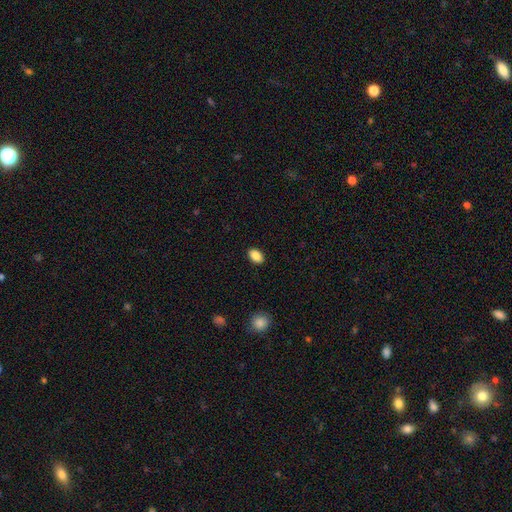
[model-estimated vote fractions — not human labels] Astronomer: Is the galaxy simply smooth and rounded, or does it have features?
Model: smooth — 88%.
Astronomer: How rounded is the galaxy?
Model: in between — 86%.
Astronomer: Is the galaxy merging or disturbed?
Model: none — 90%.